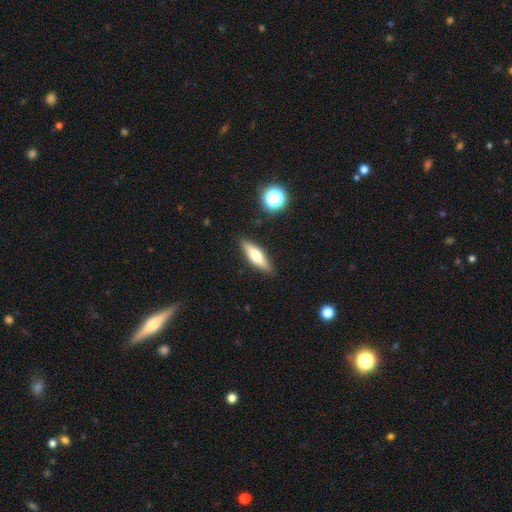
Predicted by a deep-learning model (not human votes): Overall: smooth (55%; featured or disk 37%). How rounded: cigar-shaped (56%; in between 42%). Merging: none (87%).